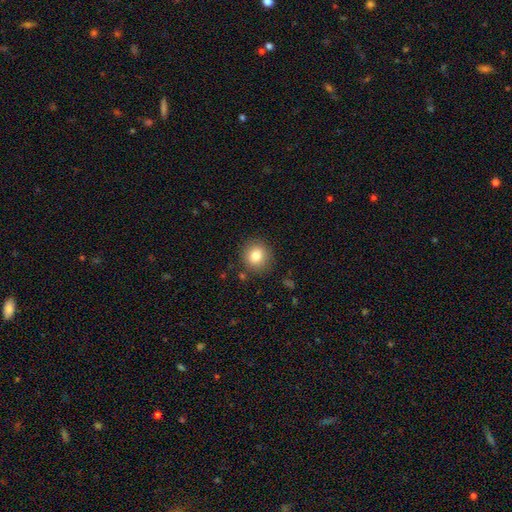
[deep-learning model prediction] This is clearly a smooth galaxy (81%). How rounded: clearly round (88%). Merging: clearly none (87%).